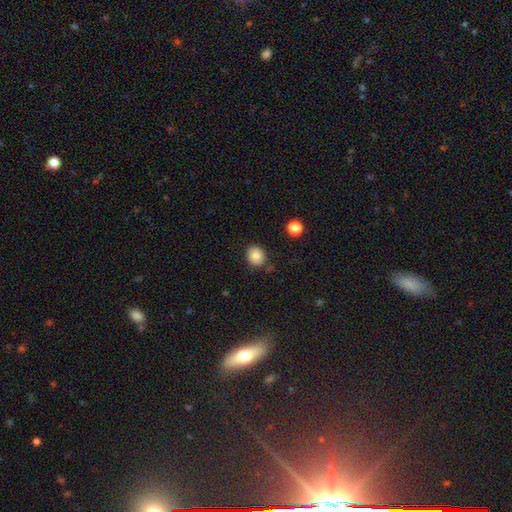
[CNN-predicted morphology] Smooth or featured: smooth — 80% (star or artifact — 10%)
How rounded: round — 74% (in between — 25%)
Merging: none — 82% (minor disturbance — 12%)